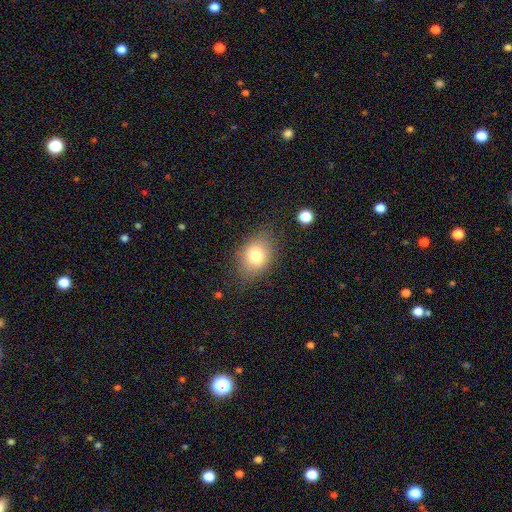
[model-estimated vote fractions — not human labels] Smooth or featured? Predicted: smooth (p=0.76). How rounded? Predicted: in between (p=0.63). Merging? Predicted: none (p=0.77).